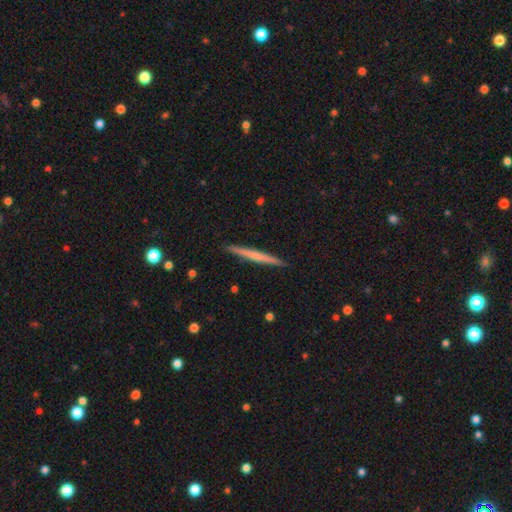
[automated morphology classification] Q: Smooth or featured?
A: featured or disk (51%); runner-up: smooth (44%)
Q: Edge-on disk?
A: yes (98%); runner-up: no (2%)
Q: Merging?
A: none (92%); runner-up: minor disturbance (6%)